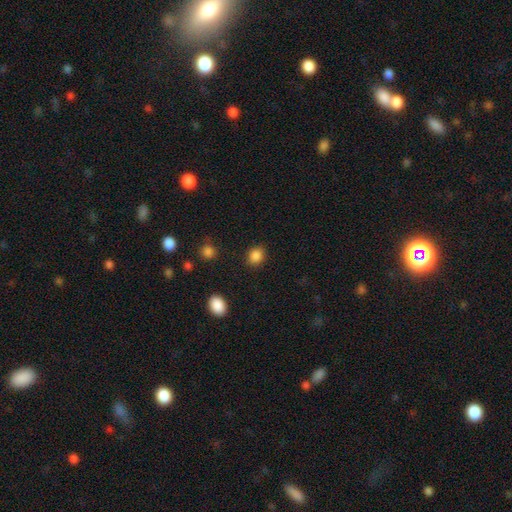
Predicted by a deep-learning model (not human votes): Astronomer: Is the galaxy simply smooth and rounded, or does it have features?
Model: smooth — 86%.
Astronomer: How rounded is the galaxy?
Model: round — 64%.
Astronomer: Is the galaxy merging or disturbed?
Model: none — 87%.